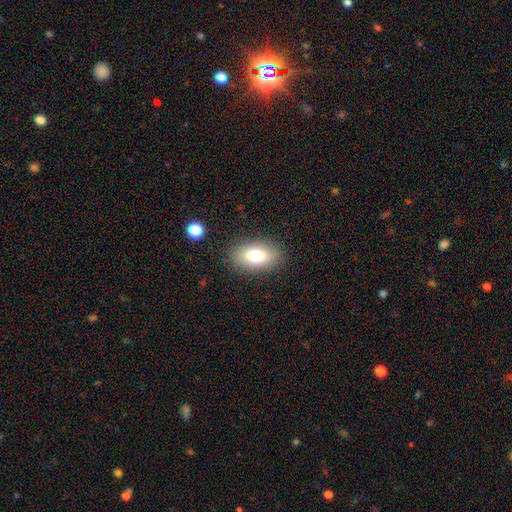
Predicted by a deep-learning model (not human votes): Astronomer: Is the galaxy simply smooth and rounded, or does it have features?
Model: smooth — 77%.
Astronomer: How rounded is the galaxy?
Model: in between — 90%.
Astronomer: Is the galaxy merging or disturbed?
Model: none — 86%.